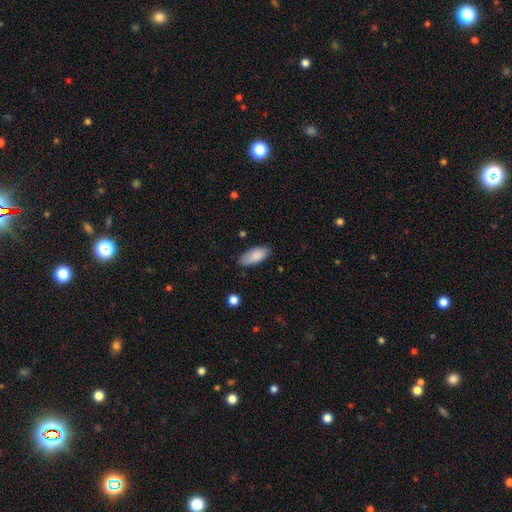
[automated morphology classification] smooth 87%, featured or disk 7%, star or artifact 6%. Down the decision tree: how rounded — in between (87%); merging — none (81%).